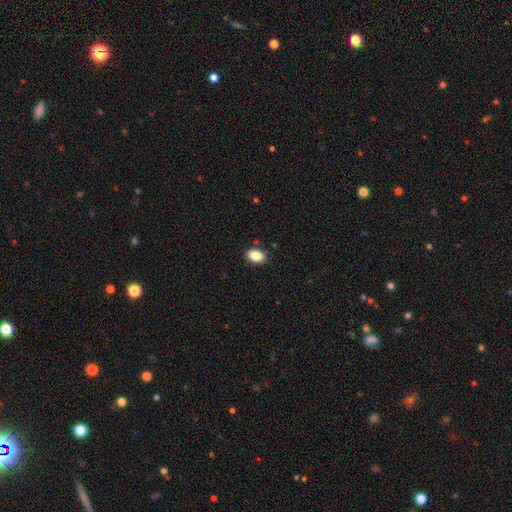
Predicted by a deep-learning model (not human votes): This appears to be a smooth galaxy with no disk features (87%) that is in between round and cigar-shaped (85%). Merging: none (87%).